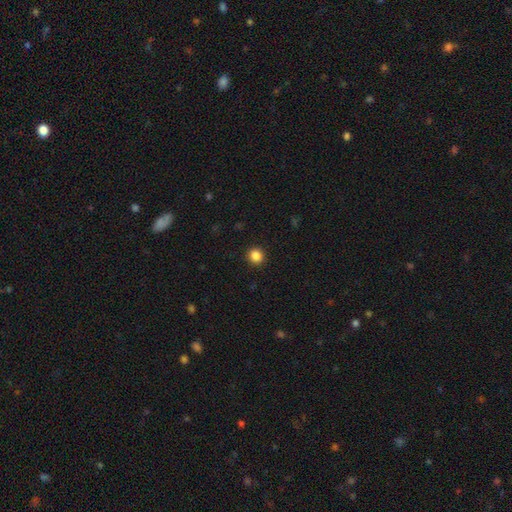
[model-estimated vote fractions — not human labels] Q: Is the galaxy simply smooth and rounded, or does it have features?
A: smooth — 86%.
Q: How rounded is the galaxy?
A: round — 89%.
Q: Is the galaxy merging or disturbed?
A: none — 92%.